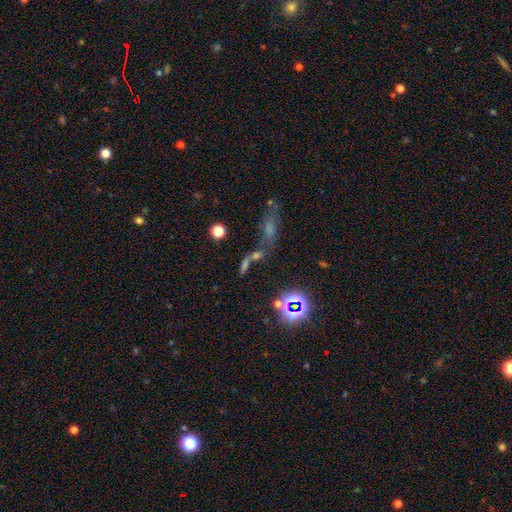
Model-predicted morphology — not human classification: Smooth or featured? Predicted: star or artifact (p=0.42).